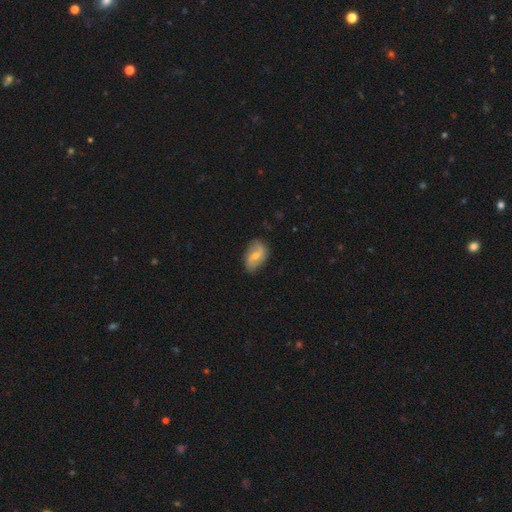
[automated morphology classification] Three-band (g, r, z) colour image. It shows a featured or disk galaxy (64%) with a weak bar (50%), 2 (86%) loose (48%) spiral arms (87%) and a moderate central bulge (54%). Merging: none (74%).